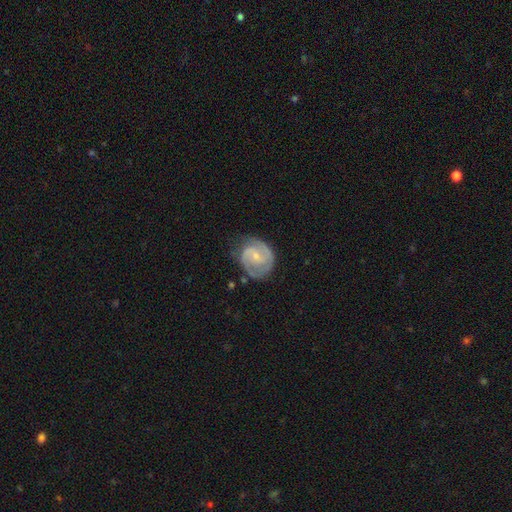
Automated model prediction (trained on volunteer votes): This is clearly a featured or disk galaxy (85%). It is clearly not viewed edge-on (98%). Bar: possibly weak (46%). Spiral arm pattern: clearly yes (96%). Spiral arm count: clearly 2 (83%). Spiral winding: possibly tight (47%). Central bulge: likely small (68%). Merging: likely none (70%).